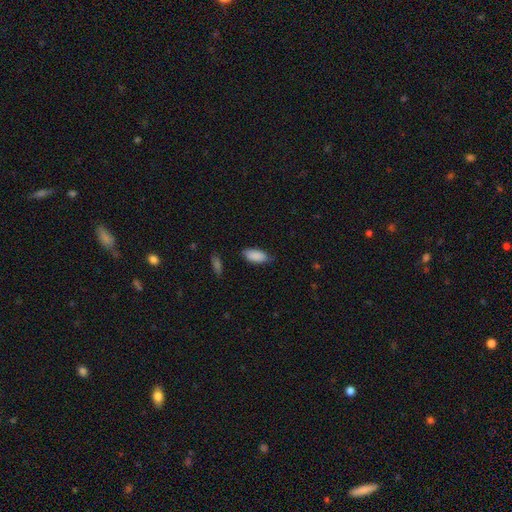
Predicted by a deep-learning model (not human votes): Overall: smooth (88%). How rounded: in between (89%). Merging: none (71%).